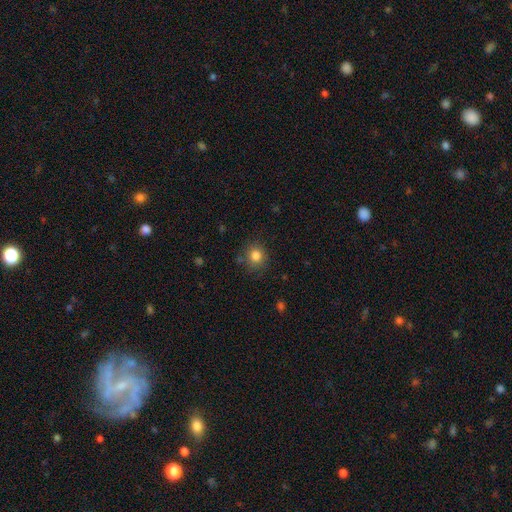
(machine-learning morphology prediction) This appears to be a smooth galaxy with no disk features (82%) that is round (85%). Merging: none (82%).